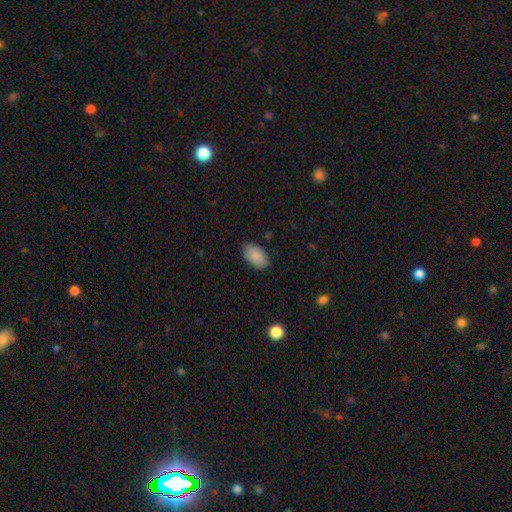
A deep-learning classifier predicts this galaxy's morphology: The model was most divided on "merging": none: 86%, minor disturbance: 11%, major disturbance: 2%, merger: 1%. More confident: how rounded — in between (94%); smooth or featured — smooth (89%).